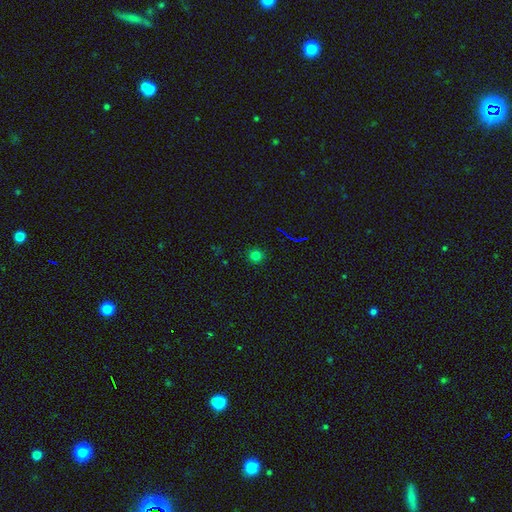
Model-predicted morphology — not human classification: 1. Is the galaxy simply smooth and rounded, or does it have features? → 74% smooth, 20% star or artifact, 5% featured or disk.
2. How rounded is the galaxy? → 93% round, 6% in between, 1% cigar-shaped.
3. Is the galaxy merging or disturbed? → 91% none, 6% minor disturbance, 2% major disturbance, 1% merger.